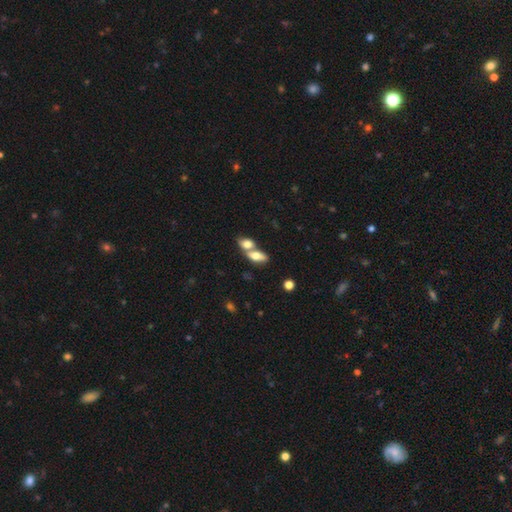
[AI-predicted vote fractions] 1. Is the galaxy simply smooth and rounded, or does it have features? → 68% smooth, 24% featured or disk, 8% star or artifact.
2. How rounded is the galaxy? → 80% in between, 14% cigar-shaped, 6% round.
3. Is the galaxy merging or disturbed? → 62% merger, 27% none, 7% minor disturbance, 4% major disturbance.